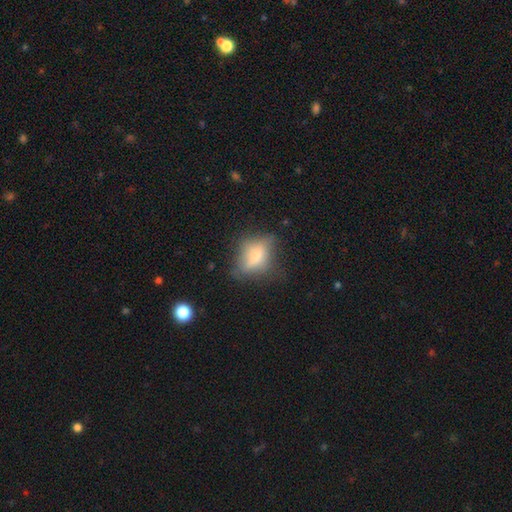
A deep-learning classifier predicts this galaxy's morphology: smooth 49%, featured or disk 38%, star or artifact 13%. Down the decision tree: merging — none (59%).